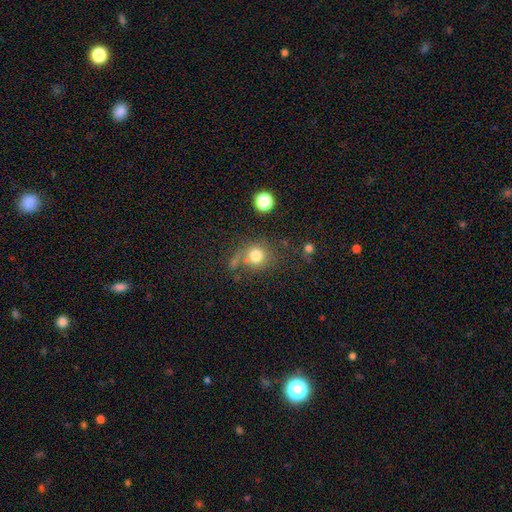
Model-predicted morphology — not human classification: smooth_or_featured: smooth (p=0.77) [alt: star or artifact p=0.13]
how_rounded: round (p=0.85) [alt: in between p=0.14]
merging: none (p=0.59) [alt: minor disturbance p=0.16]